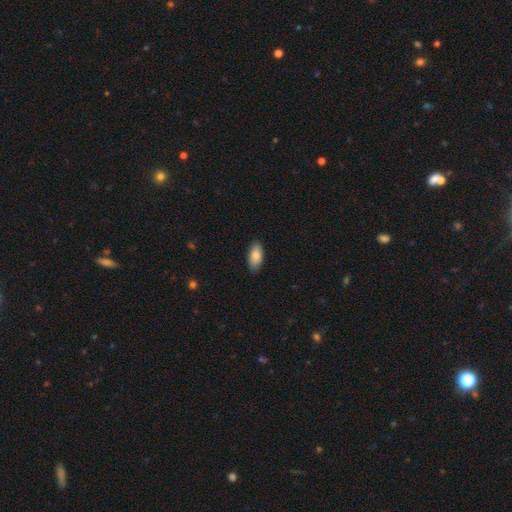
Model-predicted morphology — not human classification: This appears to be a smooth galaxy with no disk features (87%) that is in between round and cigar-shaped (92%). Merging: none (87%).